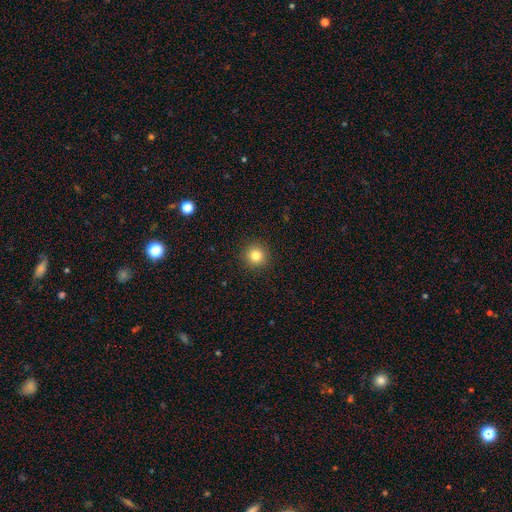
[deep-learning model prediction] The model was most divided on "smooth or featured": smooth: 82%, star or artifact: 12%, featured or disk: 6%. More confident: how rounded — round (95%); merging — none (92%).